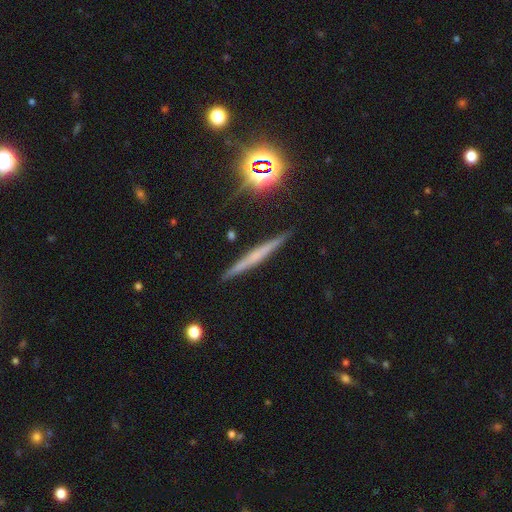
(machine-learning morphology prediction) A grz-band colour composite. It shows a featured or disk galaxy (51%) viewed edge-on (96%). Merging: none (89%).